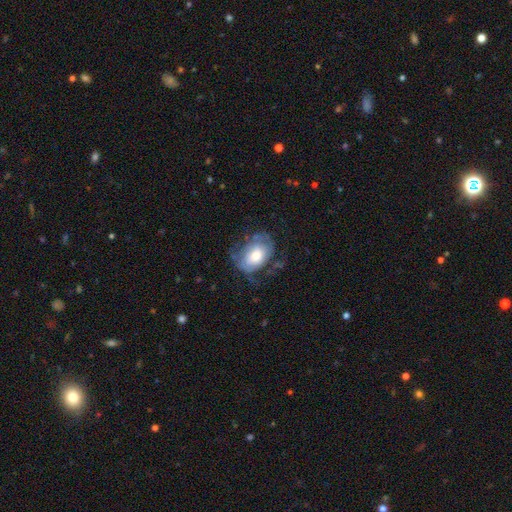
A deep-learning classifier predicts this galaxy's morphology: Smooth or featured? Predicted: smooth (p=0.48). Merging? Predicted: none (p=0.45).